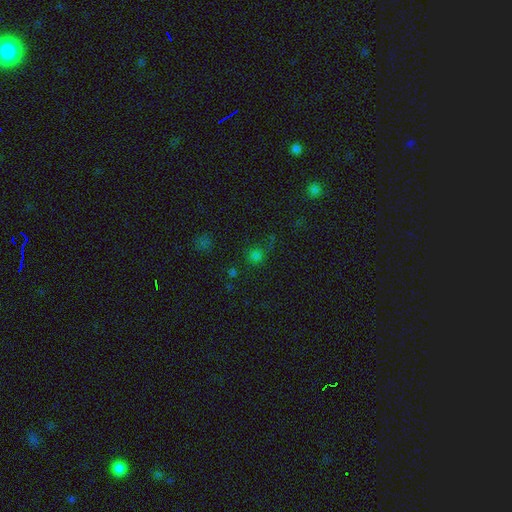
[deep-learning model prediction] This is likely a smooth galaxy (65%). How rounded: clearly round (90%). Merging: likely none (70%).